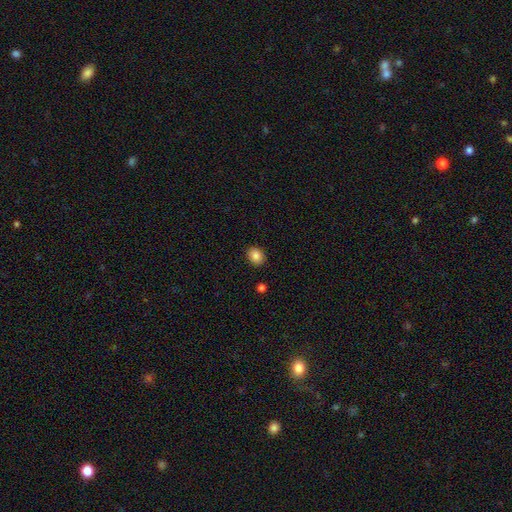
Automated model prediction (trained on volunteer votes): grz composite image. It shows a smooth galaxy with no disk features (86%) that is round (56%). Merging: none (89%).